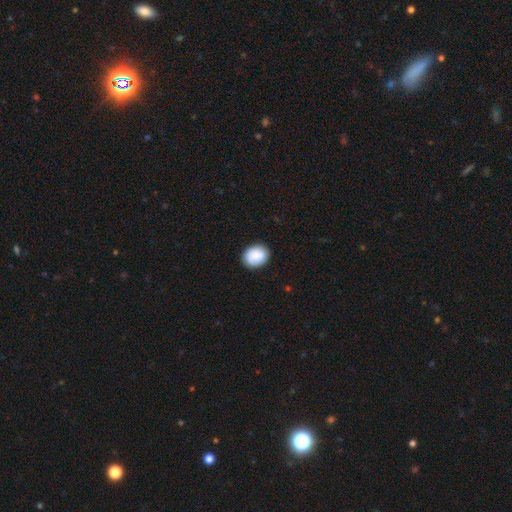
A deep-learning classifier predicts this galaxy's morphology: Smooth or featured: smooth — 79% (featured or disk — 14%)
How rounded: round — 55% (in between — 44%)
Merging: none — 82% (minor disturbance — 14%)